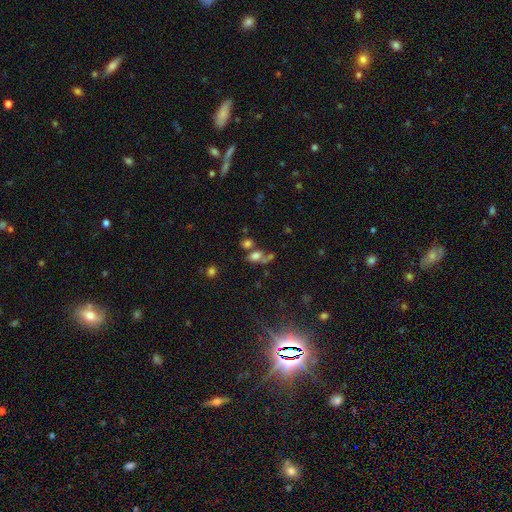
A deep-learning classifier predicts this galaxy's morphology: The model was most divided on "merging": merger: 42%, none: 36%, minor disturbance: 13%, major disturbance: 9%. More confident: how rounded — in between (74%); smooth or featured — smooth (67%).